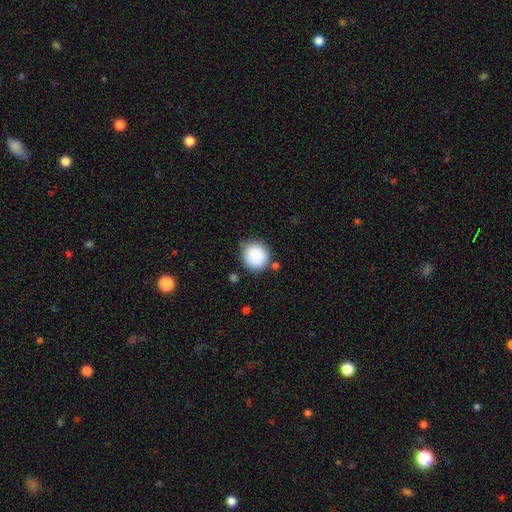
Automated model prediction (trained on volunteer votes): smooth_or_featured: smooth (p=0.88) [alt: star or artifact p=0.08]
how_rounded: round (p=0.90) [alt: in between p=0.09]
merging: none (p=0.80) [alt: minor disturbance p=0.12]